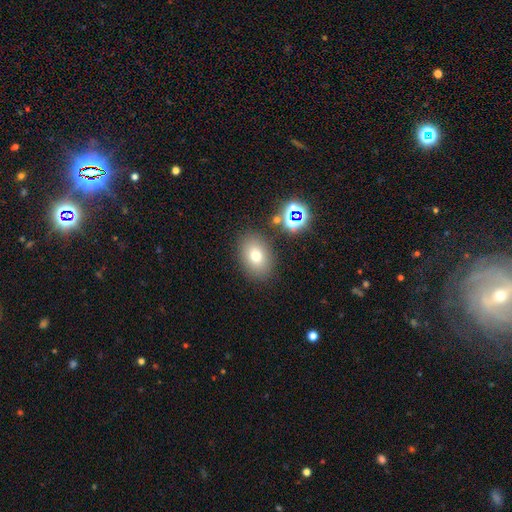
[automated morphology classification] smooth_or_featured: smooth (p=0.72) [alt: star or artifact p=0.15]
how_rounded: in between (p=0.72) [alt: round p=0.27]
merging: none (p=0.83) [alt: minor disturbance p=0.10]